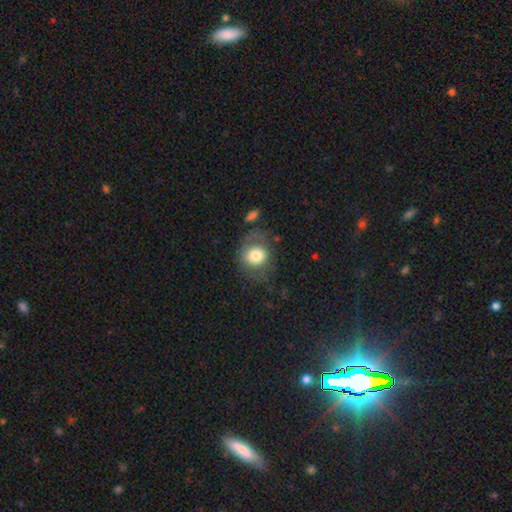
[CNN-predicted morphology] This is likely a smooth galaxy (73%). How rounded: likely round (73%). Merging: likely none (60%).